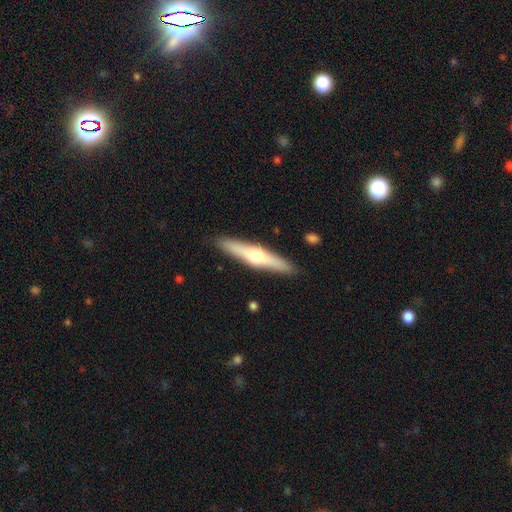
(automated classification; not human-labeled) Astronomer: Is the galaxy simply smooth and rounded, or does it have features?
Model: featured or disk — 57% (runner-up: smooth, 38%).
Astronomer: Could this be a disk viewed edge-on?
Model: yes — 95%.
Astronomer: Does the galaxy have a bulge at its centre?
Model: rounded — 92%.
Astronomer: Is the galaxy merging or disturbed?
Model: none — 90%.